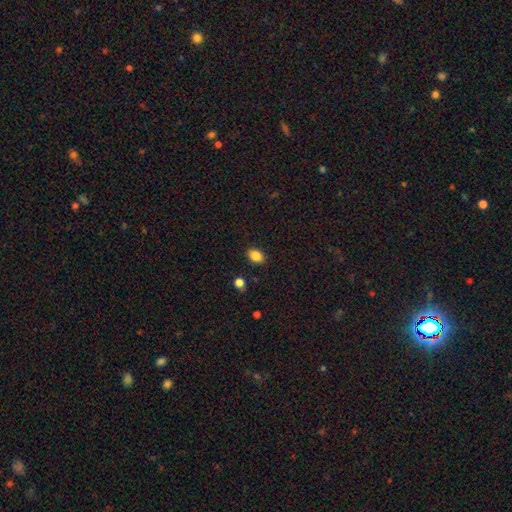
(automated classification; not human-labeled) Q: Smooth or featured?
A: smooth (86%); runner-up: star or artifact (9%)
Q: How rounded?
A: in between (77%); runner-up: round (22%)
Q: Merging?
A: none (87%); runner-up: minor disturbance (9%)